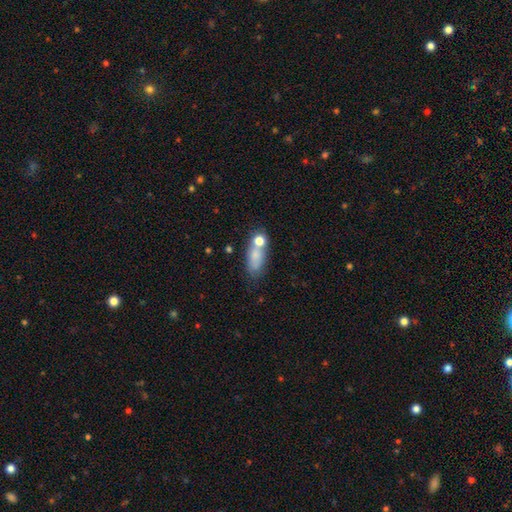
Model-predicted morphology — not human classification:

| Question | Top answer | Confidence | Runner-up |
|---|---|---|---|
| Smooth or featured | smooth | 70% | featured or disk (19%) |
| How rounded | in between | 70% | round (16%) |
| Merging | none | 37% | merger (36%) |